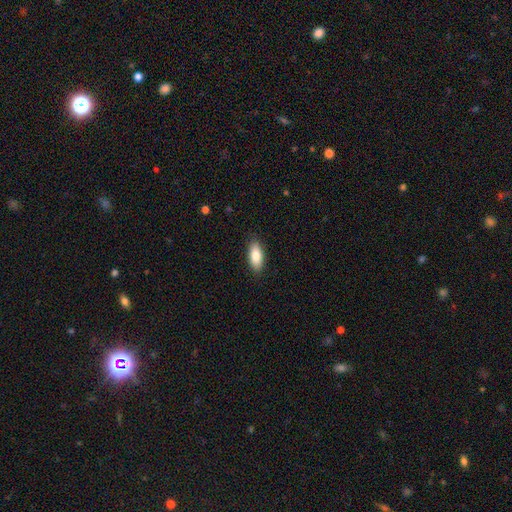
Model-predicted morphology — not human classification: A smooth galaxy with no disk features (84%) that is in between round and cigar-shaped (85%).

Vote fractions:
- Smooth or featured? smooth: 84% / featured or disk: 10% / star or artifact: 6%
- How rounded? in between: 85% / cigar-shaped: 13% / round: 2%
- Merging? none: 88% / minor disturbance: 9% / major disturbance: 2% / merger: 1%